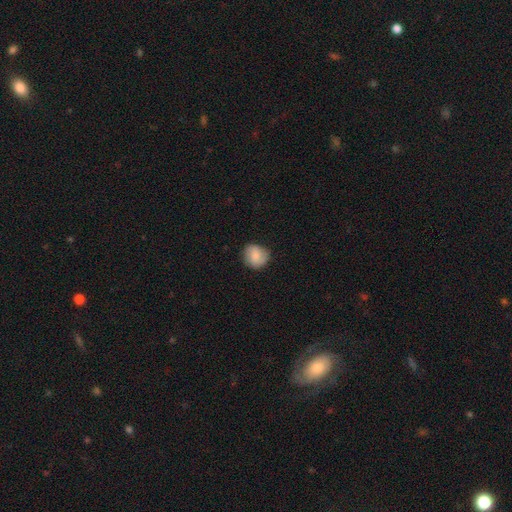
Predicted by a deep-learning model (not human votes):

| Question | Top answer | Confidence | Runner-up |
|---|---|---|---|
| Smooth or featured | smooth | 69% | featured or disk (23%) |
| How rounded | round | 85% | in between (14%) |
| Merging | none | 82% | minor disturbance (14%) |